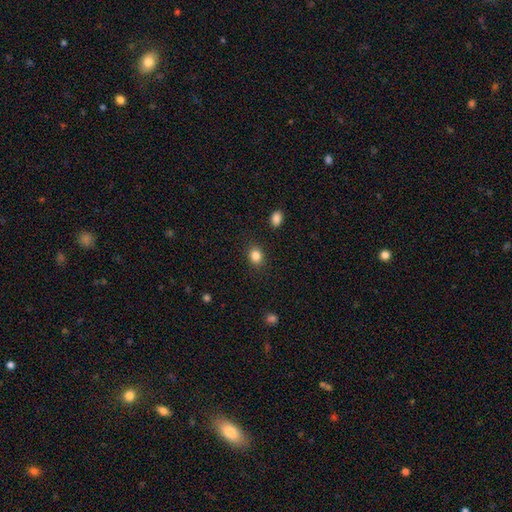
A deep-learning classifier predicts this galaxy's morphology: Smooth or featured? Predicted: smooth (p=0.85). How rounded? Predicted: round (p=0.58). Merging? Predicted: none (p=0.88).